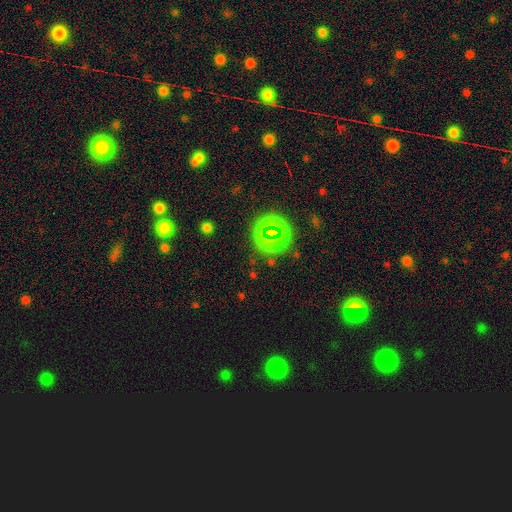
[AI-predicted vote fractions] Smooth or featured? star or artifact (65%)